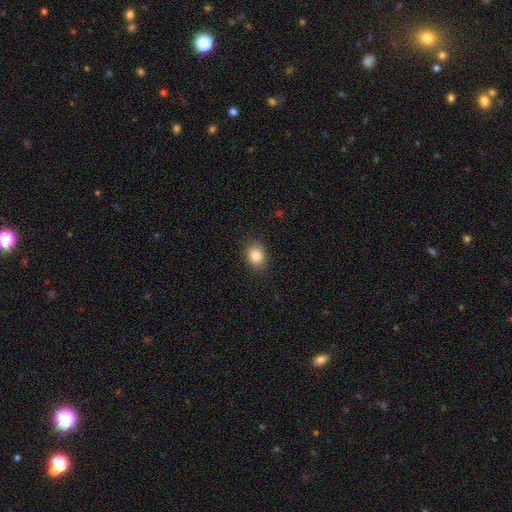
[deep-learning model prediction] Q: Smooth or featured?
A: smooth (84%); runner-up: star or artifact (10%)
Q: How rounded?
A: in between (53%); runner-up: round (46%)
Q: Merging?
A: none (86%); runner-up: minor disturbance (10%)